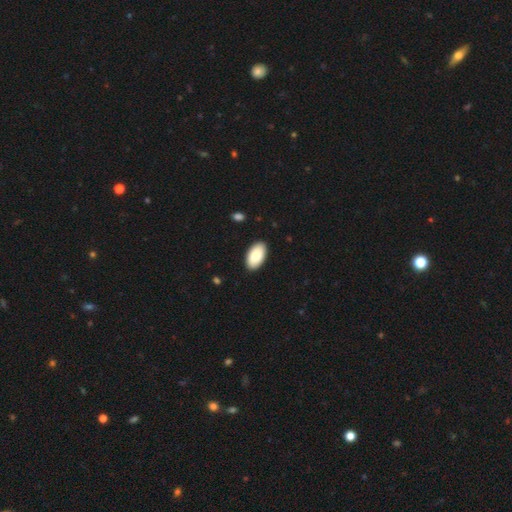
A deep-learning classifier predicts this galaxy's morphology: The model was most divided on "smooth or featured": smooth: 79%, featured or disk: 15%, star or artifact: 6%. More confident: how rounded — in between (96%); merging — none (90%).